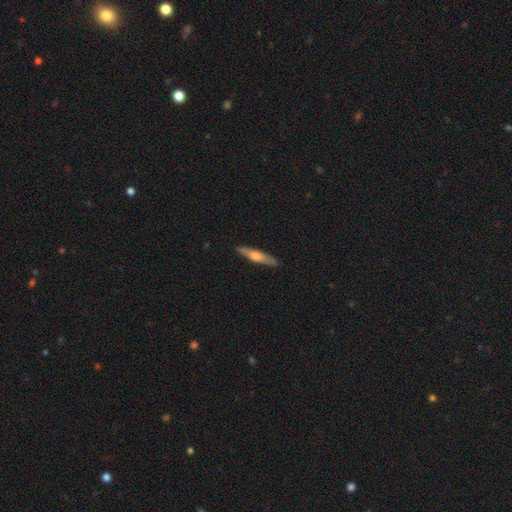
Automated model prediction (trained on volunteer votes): The model was most divided on "smooth or featured": featured or disk: 50%, smooth: 45%, star or artifact: 5%. More confident: merging — none (89%).